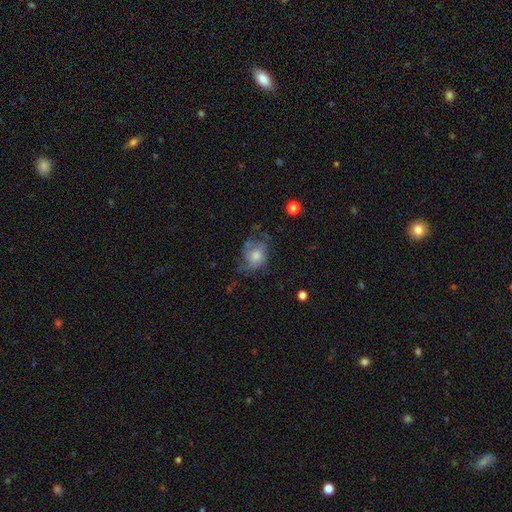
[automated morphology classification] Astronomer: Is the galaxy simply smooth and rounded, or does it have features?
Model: smooth — 45% (runner-up: featured or disk, 43%).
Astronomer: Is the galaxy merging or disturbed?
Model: none — 45% (runner-up: minor disturbance, 27%).